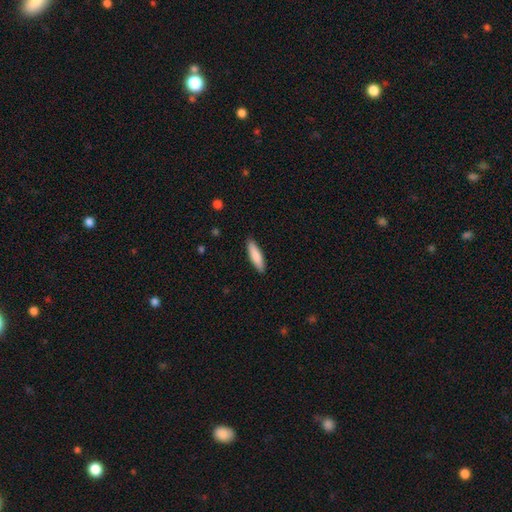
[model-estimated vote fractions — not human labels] Smooth or featured? smooth (85%)
How rounded? cigar-shaped (70%)
Merging? none (90%)